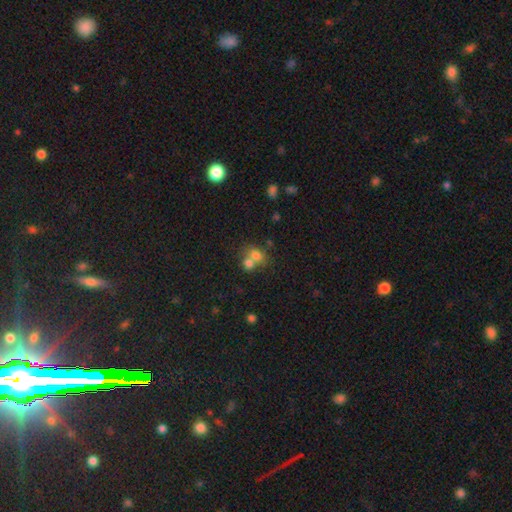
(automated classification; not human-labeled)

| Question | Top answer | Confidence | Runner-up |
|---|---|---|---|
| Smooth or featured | smooth | 73% | featured or disk (15%) |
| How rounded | round | 62% | in between (37%) |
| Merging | merger | 60% | none (30%) |